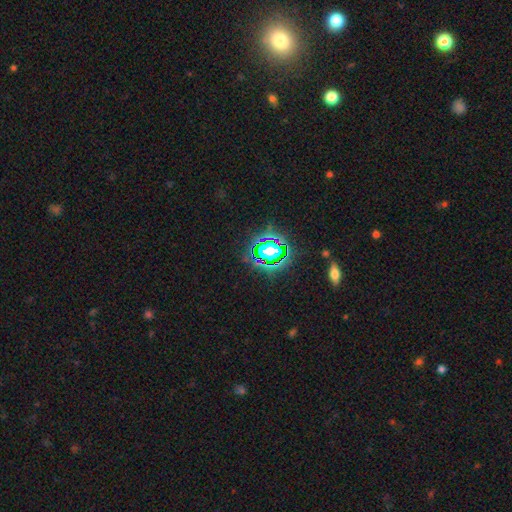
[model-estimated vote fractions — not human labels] The model was most divided on "smooth or featured": star or artifact: 81%, smooth: 12%, featured or disk: 7%.